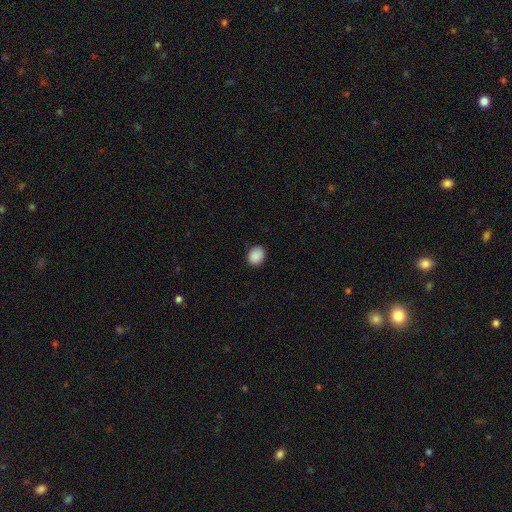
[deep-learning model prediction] A smooth galaxy with no disk features (89%) that is round (58%).

Vote fractions:
- Smooth or featured? smooth: 89% / star or artifact: 8% / featured or disk: 3%
- How rounded? round: 58% / in between: 41% / cigar-shaped: 1%
- Merging? none: 86% / minor disturbance: 10% / major disturbance: 2% / merger: 1%